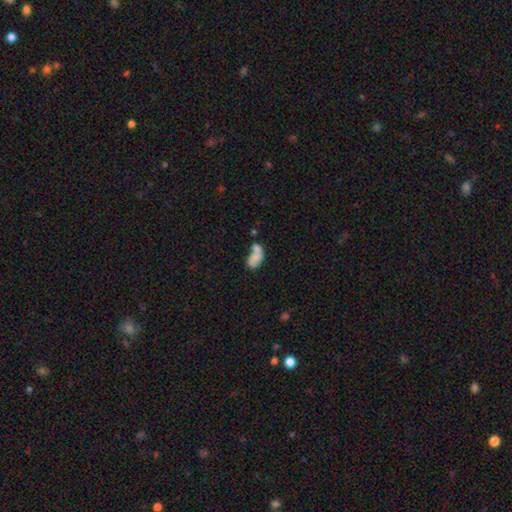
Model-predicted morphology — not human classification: smooth-or-featured: smooth: 58% | featured or disk: 32% | star or artifact: 10%
  how-rounded: in between: 87% | round: 10% | cigar-shaped: 3%
  merging: merger: 53% | none: 21% | minor disturbance: 14% | major disturbance: 12%